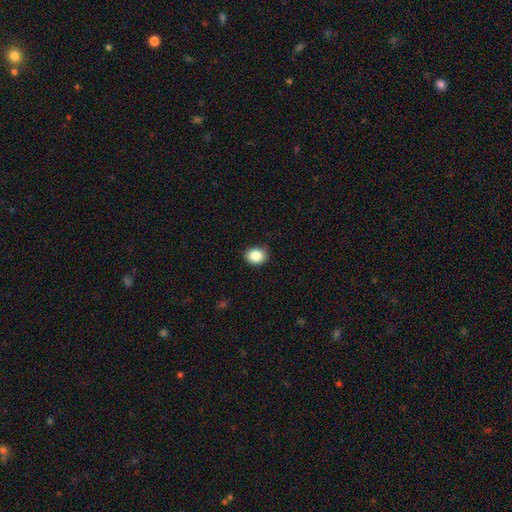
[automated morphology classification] Smooth or featured? Predicted: smooth (p=0.86). How rounded? Predicted: round (p=0.56). Merging? Predicted: none (p=0.80).